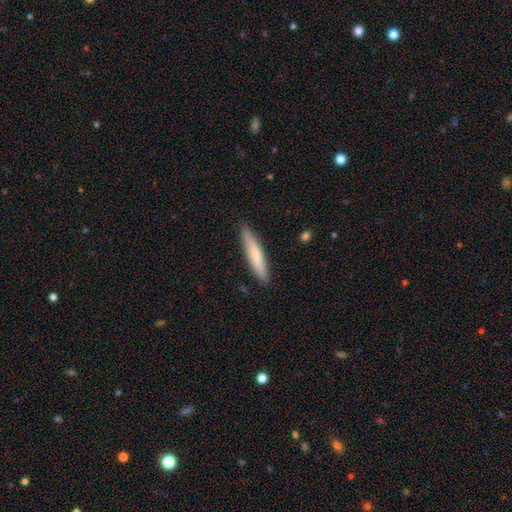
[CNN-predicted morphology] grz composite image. It shows a smooth galaxy with no disk features (69%) that is cigar-shaped (90%). Merging: none (88%).